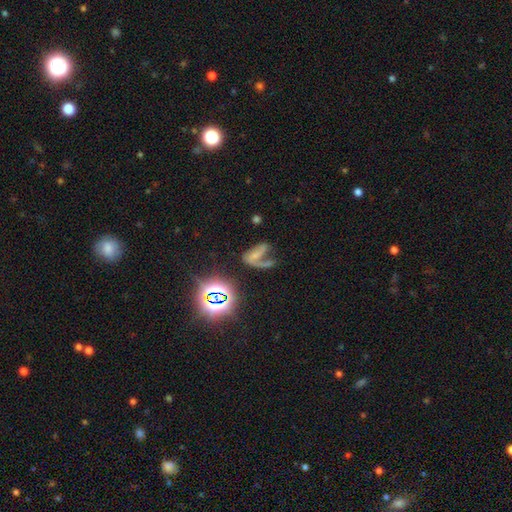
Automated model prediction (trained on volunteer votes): smooth_or_featured: featured or disk (p=0.48) [alt: smooth p=0.28]
merging: major disturbance (p=0.41) [alt: none p=0.26]